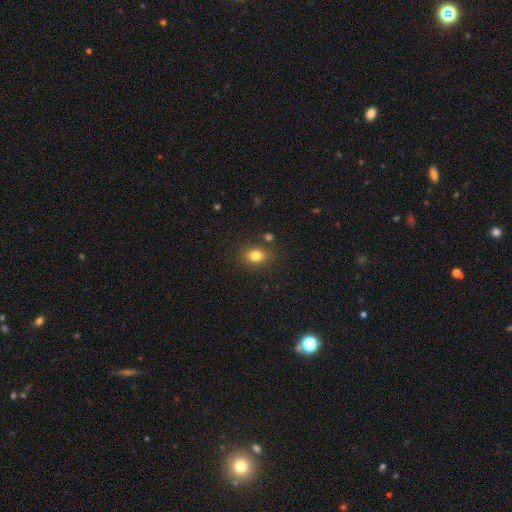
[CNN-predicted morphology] type=smooth (80%); roundness=in between (67%); merging=none (80%).